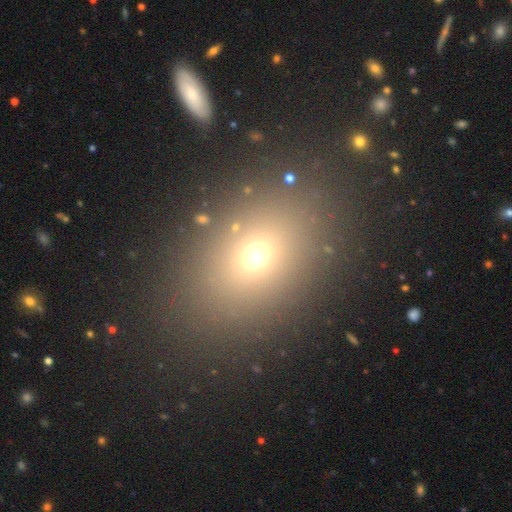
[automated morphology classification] Overall: smooth (67%). How rounded: in between (61%; round 38%). Merging: none (84%).